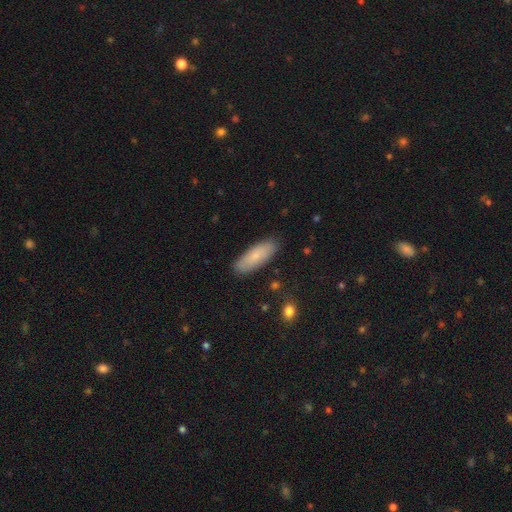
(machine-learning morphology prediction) type=smooth (77%); roundness=in between (63%); merging=none (86%).